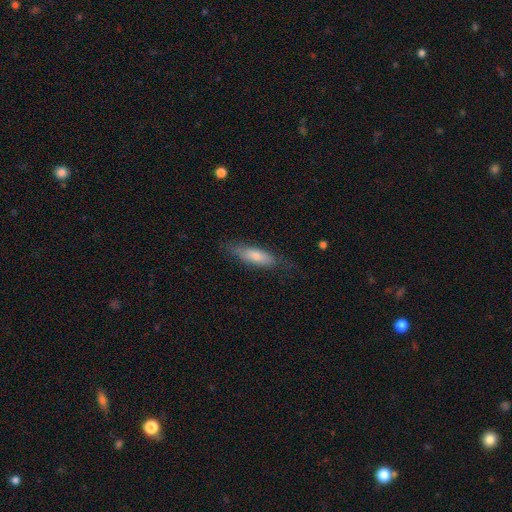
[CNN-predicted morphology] smooth_or_featured: smooth (p=0.67) [alt: featured or disk p=0.27]
how_rounded: cigar-shaped (p=0.60) [alt: in between p=0.38]
merging: none (p=0.71) [alt: minor disturbance p=0.21]